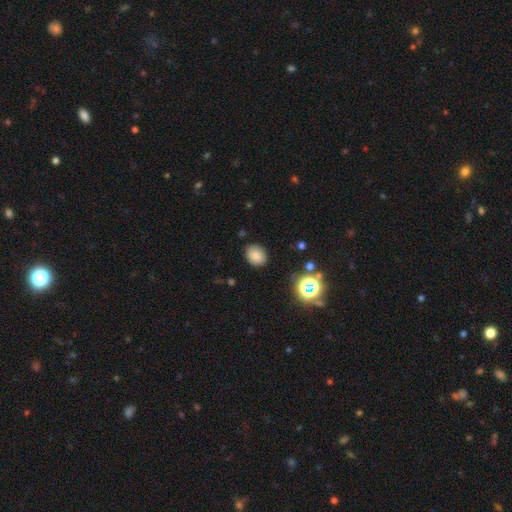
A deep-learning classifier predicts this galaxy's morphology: Overall: smooth (81%). How rounded: in between (50%; round 49%). Merging: none (84%).